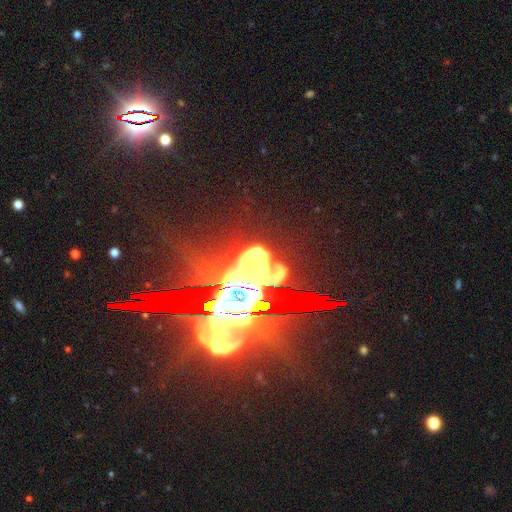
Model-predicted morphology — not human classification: type=star or artifact (41%).